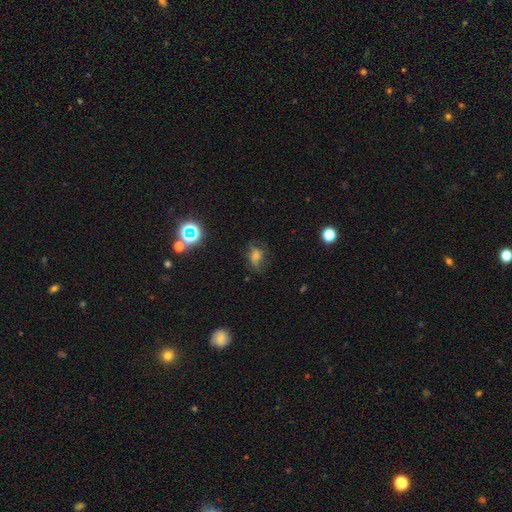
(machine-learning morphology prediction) A smooth galaxy with no disk features (42%).

Vote fractions:
- Smooth or featured? smooth: 42% / featured or disk: 33% / star or artifact: 26%
- Merging? none: 57% / minor disturbance: 24% / major disturbance: 17% / merger: 2%